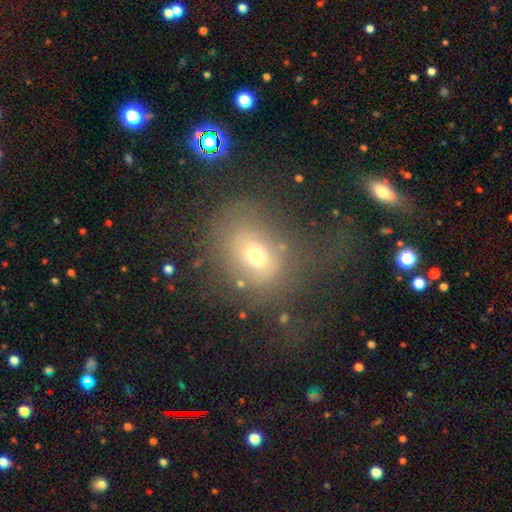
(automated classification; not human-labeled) This is likely a smooth galaxy (62%). How rounded: possibly round (59%). Merging: marginally none (41%).